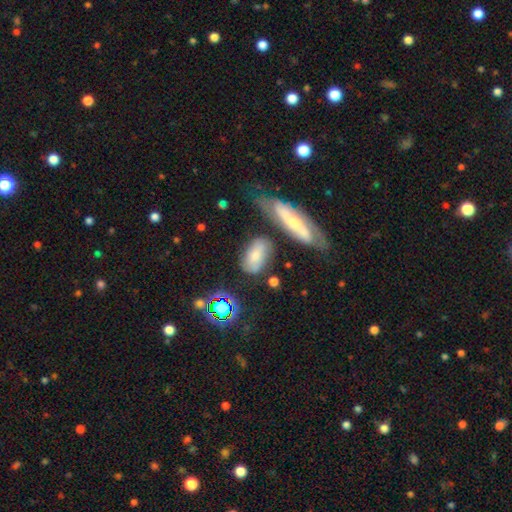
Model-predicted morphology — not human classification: A smooth galaxy with no disk features (60%) that is in between round and cigar-shaped (87%). Merging: none (63%).